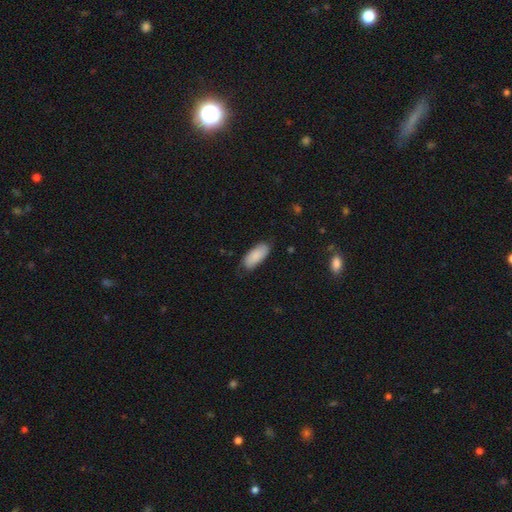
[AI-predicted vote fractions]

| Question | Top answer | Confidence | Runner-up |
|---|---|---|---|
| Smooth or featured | smooth | 86% | featured or disk (8%) |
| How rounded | in between | 86% | cigar-shaped (13%) |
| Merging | none | 75% | minor disturbance (20%) |